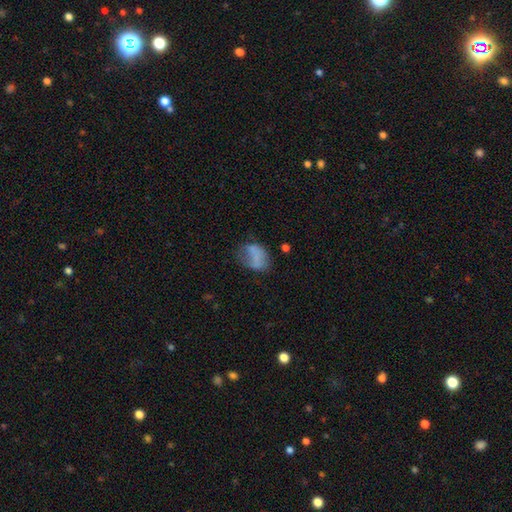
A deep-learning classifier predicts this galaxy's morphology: A smooth galaxy with no disk features (67%) that is in between round and cigar-shaped (74%).

Vote fractions:
- Smooth or featured? smooth: 67% / featured or disk: 23% / star or artifact: 11%
- How rounded? in between: 74% / round: 25% / cigar-shaped: 2%
- Merging? none: 39% / minor disturbance: 31% / major disturbance: 25% / merger: 5%